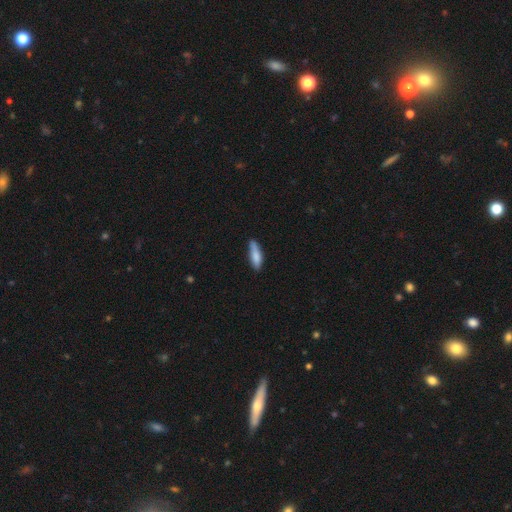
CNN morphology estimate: Q: Smooth or featured?
A: smooth (81%); runner-up: featured or disk (12%)
Q: How rounded?
A: cigar-shaped (56%); runner-up: in between (42%)
Q: Merging?
A: none (69%); runner-up: minor disturbance (25%)